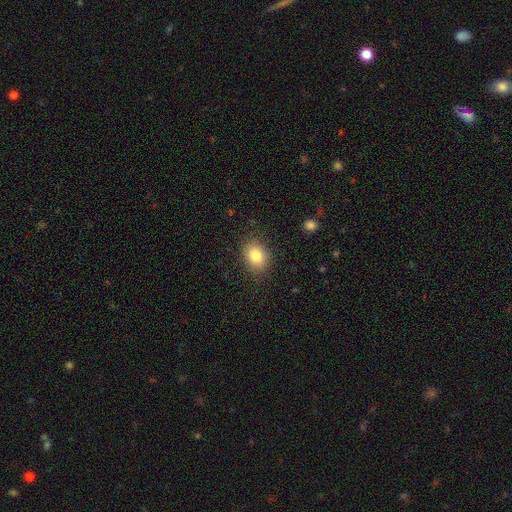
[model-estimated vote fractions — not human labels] This is clearly a smooth galaxy (82%). How rounded: possibly in between (59%). Merging: clearly none (86%).